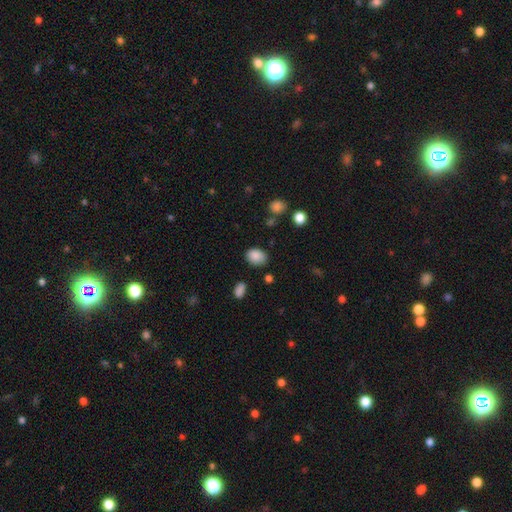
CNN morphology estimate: Smooth or featured?
  - smooth: 87% *
  - star or artifact: 9%
  - featured or disk: 4%
How rounded?
  - in between: 67% *
  - round: 32%
  - cigar-shaped: 1%
Merging?
  - none: 78% *
  - minor disturbance: 16%
  - major disturbance: 4%
  - merger: 3%